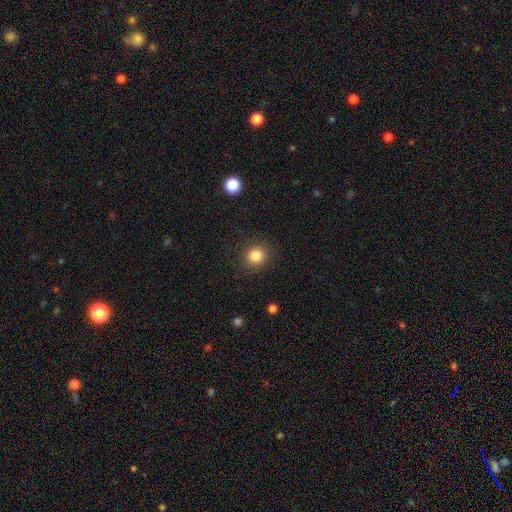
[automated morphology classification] This appears to be a smooth galaxy with no disk features (83%) that is round (87%). Merging: none (89%).